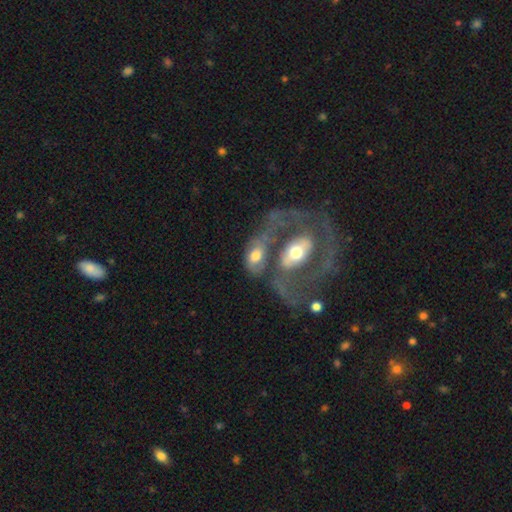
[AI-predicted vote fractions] Morphology: type=featured or disk (53%); edge-on=no (87%); merging=merger (43%).